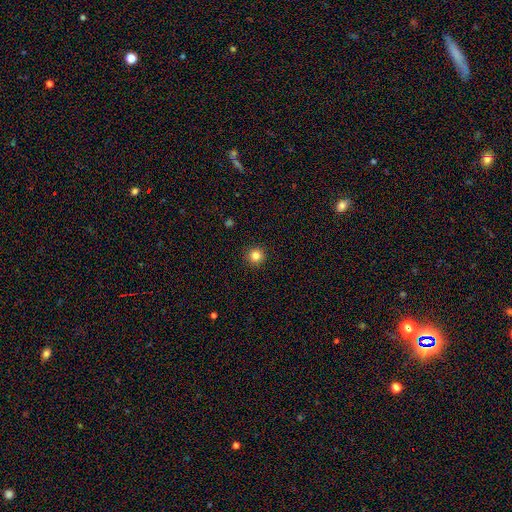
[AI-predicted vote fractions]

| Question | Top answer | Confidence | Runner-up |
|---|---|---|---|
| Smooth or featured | smooth | 84% | star or artifact (12%) |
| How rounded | round | 95% | in between (4%) |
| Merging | none | 92% | minor disturbance (5%) |